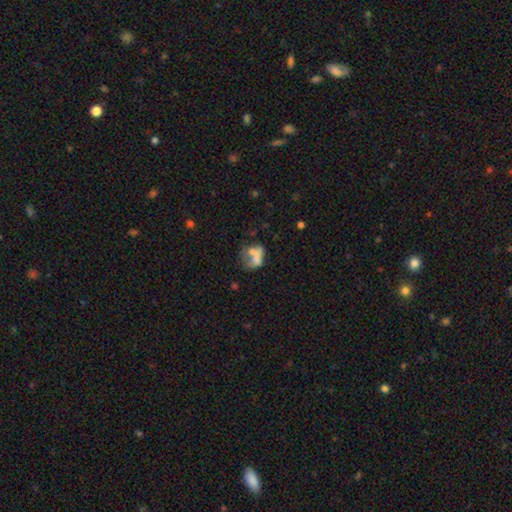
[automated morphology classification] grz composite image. It shows a smooth galaxy with no disk features (53%) that is in between round and cigar-shaped (68%). Merging: merger (37%).